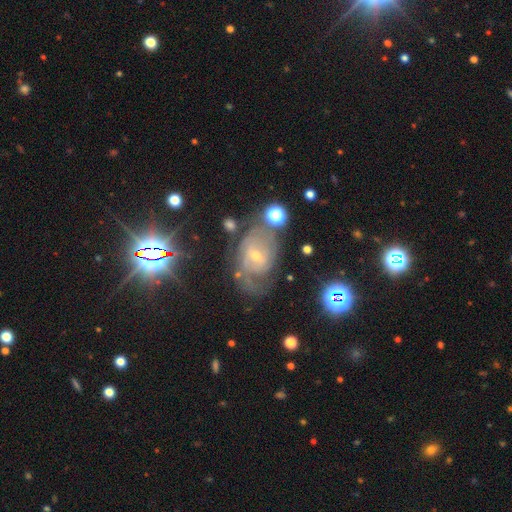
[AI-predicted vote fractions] Smooth or featured: featured or disk — 72% (star or artifact — 14%)
Edge-on disk: no — 95% (yes — 5%)
Bar: no — 49% (weak — 40%)
Spiral arms: yes — 87% (no — 13%)
Spiral winding: tight — 51% (medium — 36%)
Spiral arm count: can't tell — 44% (2 — 34%)
Bulge size: small — 66% (moderate — 31%)
Merging: none — 53% (minor disturbance — 23%)